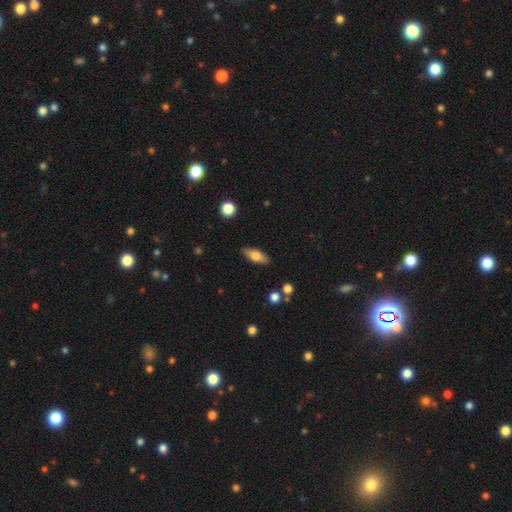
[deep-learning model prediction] A smooth galaxy with no disk features (72%) that is in between round and cigar-shaped (71%).

Vote fractions:
- Smooth or featured? smooth: 72% / featured or disk: 21% / star or artifact: 7%
- How rounded? in between: 71% / cigar-shaped: 26% / round: 3%
- Merging? none: 87% / minor disturbance: 10% / major disturbance: 2% / merger: 2%